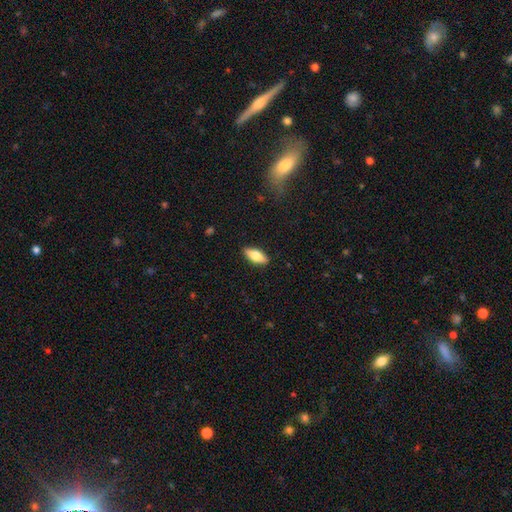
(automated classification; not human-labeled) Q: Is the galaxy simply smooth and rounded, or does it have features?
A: smooth — 74%.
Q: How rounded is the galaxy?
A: in between — 76%.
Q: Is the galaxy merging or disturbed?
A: none — 89%.